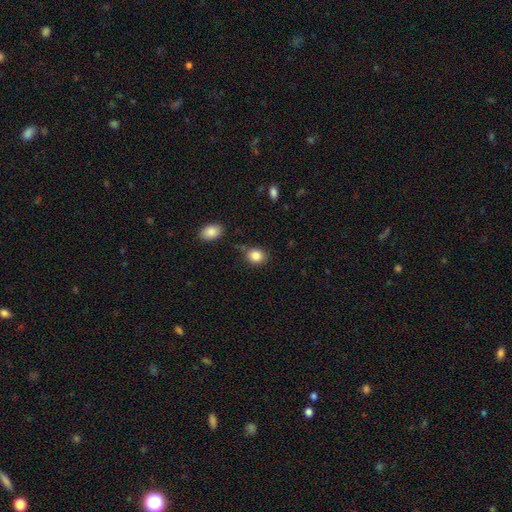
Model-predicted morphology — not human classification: The model was most divided on "how rounded": round: 67%, in between: 32%, cigar-shaped: 1%. More confident: smooth or featured — smooth (85%); merging — none (74%).